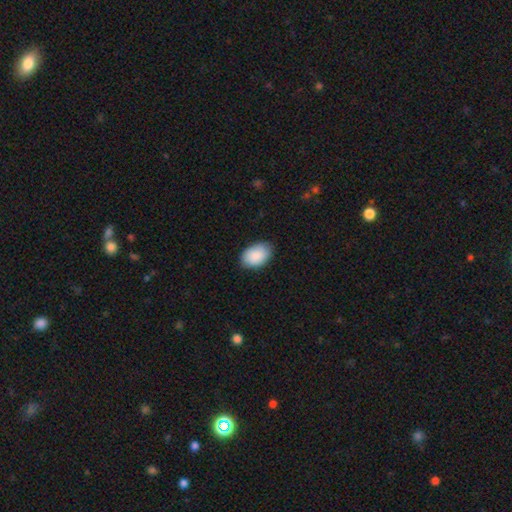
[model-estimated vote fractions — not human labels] Smooth or featured? smooth (90%)
How rounded? in between (89%)
Merging? none (85%)